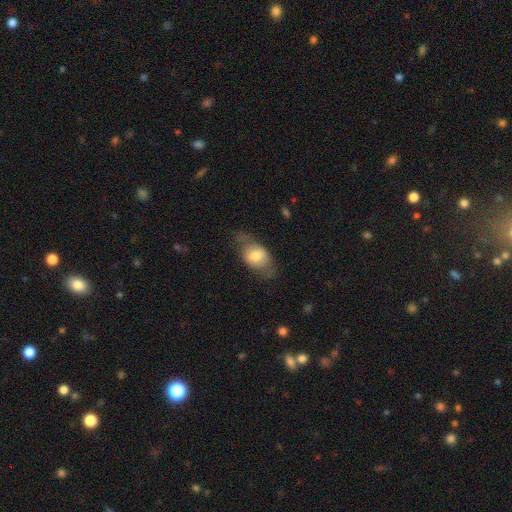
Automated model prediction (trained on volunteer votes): The model was most divided on "merging": none: 57%, minor disturbance: 26%, major disturbance: 15%, merger: 2%. More confident: how rounded — in between (77%); smooth or featured — smooth (65%).